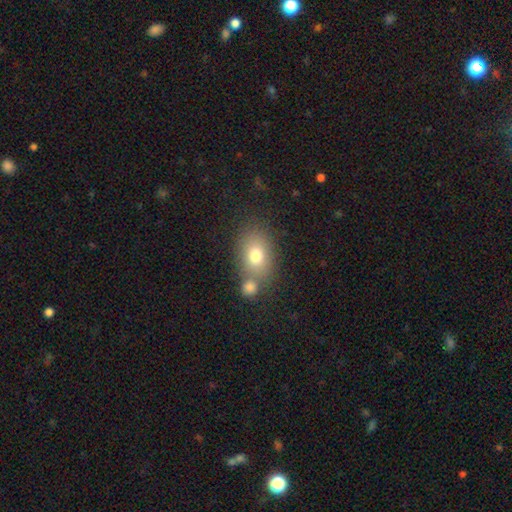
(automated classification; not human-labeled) The model was most divided on "merging": none: 53%, merger: 29%, minor disturbance: 12%, major disturbance: 5%. More confident: smooth or featured — smooth (75%); how rounded — in between (71%).